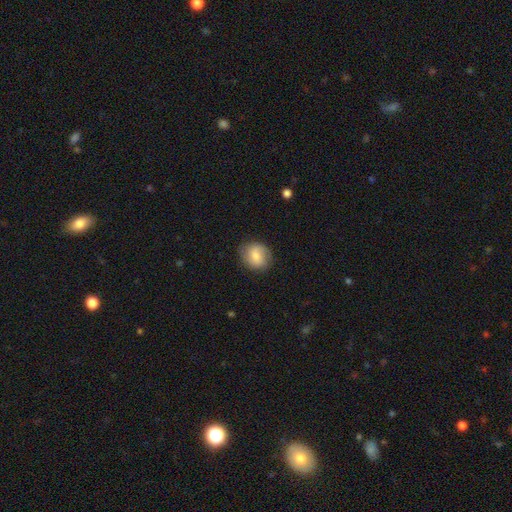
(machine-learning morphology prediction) Q: Smooth or featured?
A: smooth (71%); runner-up: featured or disk (22%)
Q: How rounded?
A: round (72%); runner-up: in between (27%)
Q: Merging?
A: none (81%); runner-up: minor disturbance (14%)